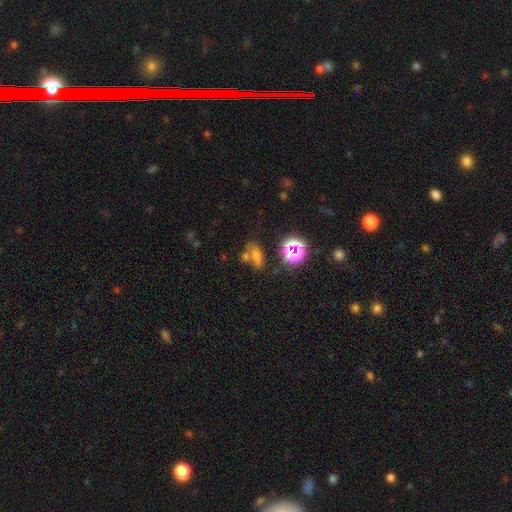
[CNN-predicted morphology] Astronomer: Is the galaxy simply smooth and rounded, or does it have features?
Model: smooth — 47% (runner-up: star or artifact, 38%).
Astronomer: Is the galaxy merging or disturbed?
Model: none — 55%.